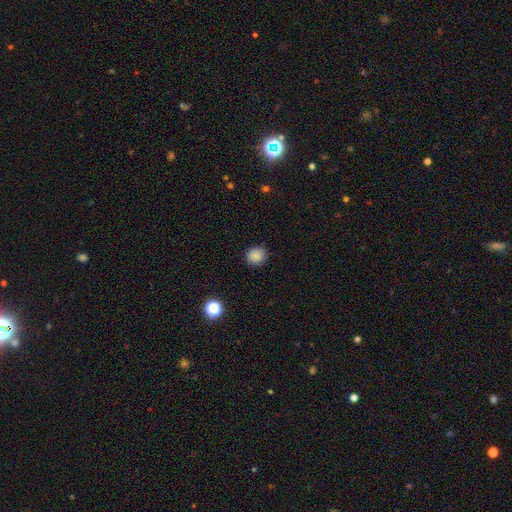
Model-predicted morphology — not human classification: A smooth galaxy with no disk features (85%) that is round (84%). Merging: none (86%).